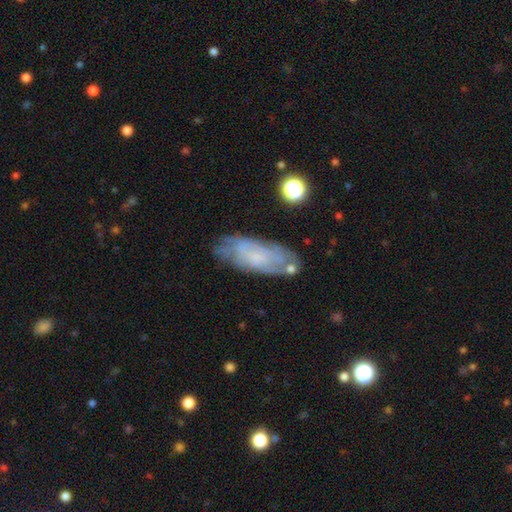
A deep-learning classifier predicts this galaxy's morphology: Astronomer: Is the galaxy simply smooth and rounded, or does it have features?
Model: featured or disk — 53% (runner-up: smooth, 38%).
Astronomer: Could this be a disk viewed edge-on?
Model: no — 84%.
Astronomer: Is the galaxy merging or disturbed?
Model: none — 67%.